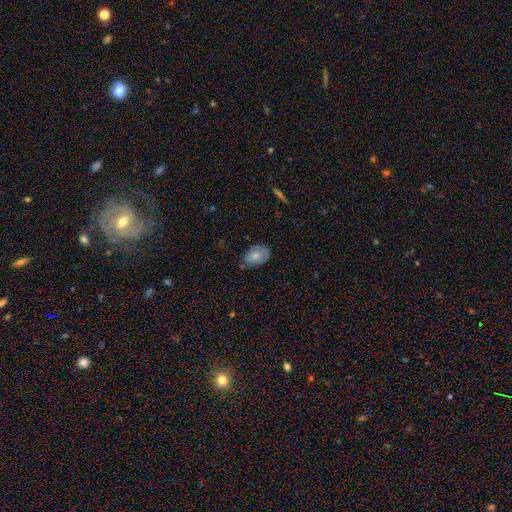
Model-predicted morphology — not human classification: A smooth galaxy with no disk features (73%) that is in between round and cigar-shaped (86%). Merging: none (61%).